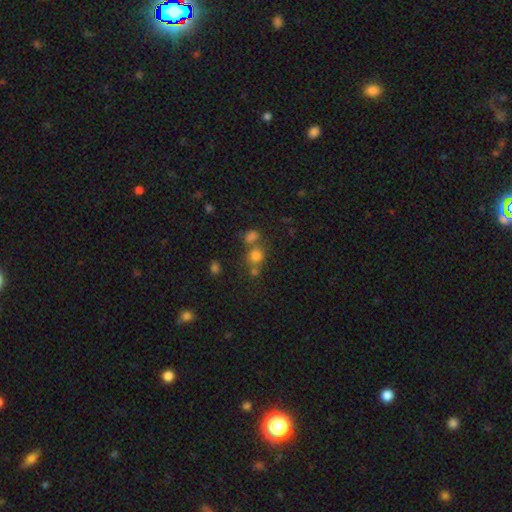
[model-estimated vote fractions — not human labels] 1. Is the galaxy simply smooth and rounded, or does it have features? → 72% smooth, 18% star or artifact, 10% featured or disk.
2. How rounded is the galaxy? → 81% round, 18% in between, 1% cigar-shaped.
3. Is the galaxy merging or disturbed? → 51% none, 34% merger, 10% minor disturbance, 5% major disturbance.